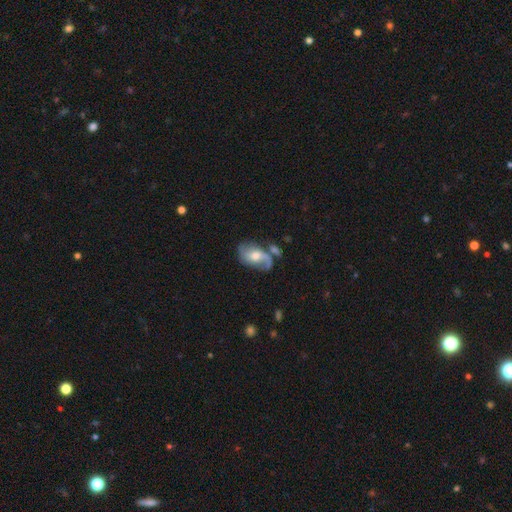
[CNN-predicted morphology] A featured or disk galaxy (63%) with no bar (54%), 2 (70%) loose (54%) spiral arms (84%) and a moderate central bulge (65%).

Vote fractions:
- Smooth or featured? featured or disk: 63% / smooth: 29% / star or artifact: 8%
- Edge-on disk? no: 95% / yes: 5%
- Bar? no: 54% / weak: 38% / strong: 9%
- Spiral arms? yes: 84% / no: 16%
- Spiral winding? loose: 54% / medium: 34% / tight: 11%
- Spiral arm count? 2: 70% / 1: 18% / can't tell: 8% / 3: 2% / 4: 1% / more than 4: 1%
- Bulge size? moderate: 65% / small: 18% / large: 13% / none: 3% / dominant: 2%
- Merging? none: 43% / minor disturbance: 22% / merger: 18% / major disturbance: 16%